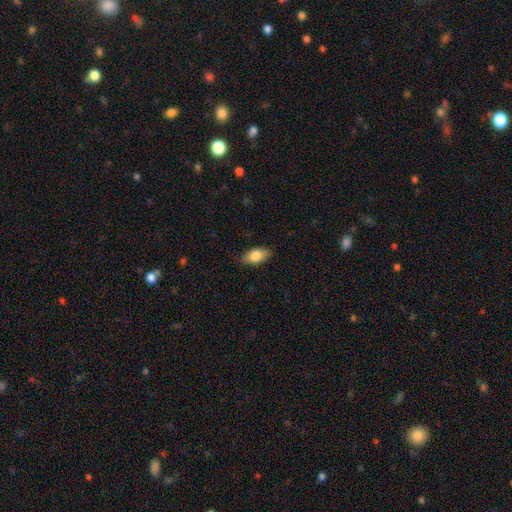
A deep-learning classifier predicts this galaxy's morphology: type=smooth (82%); roundness=in between (90%); merging=none (85%).